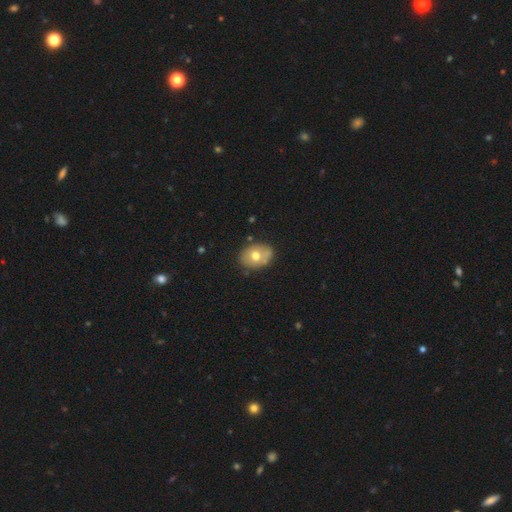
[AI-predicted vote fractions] A smooth galaxy with no disk features (62%) that is in between round and cigar-shaped (63%).

Vote fractions:
- Smooth or featured? smooth: 62% / featured or disk: 30% / star or artifact: 8%
- How rounded? in between: 63% / round: 36% / cigar-shaped: 1%
- Merging? none: 74% / minor disturbance: 17% / merger: 5% / major disturbance: 4%